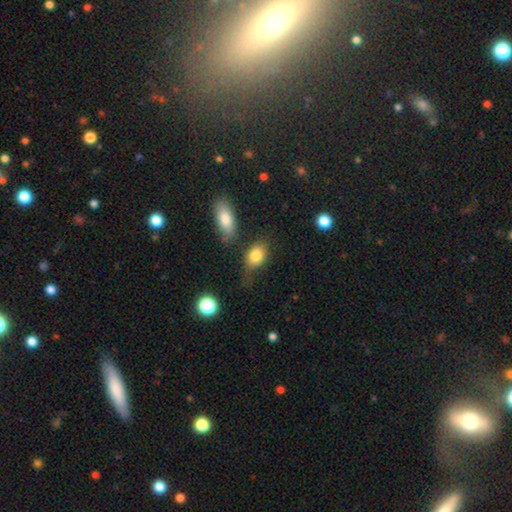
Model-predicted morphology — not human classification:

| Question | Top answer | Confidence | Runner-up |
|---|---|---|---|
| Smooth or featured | smooth | 82% | featured or disk (9%) |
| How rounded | in between | 69% | round (29%) |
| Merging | none | 55% | minor disturbance (25%) |